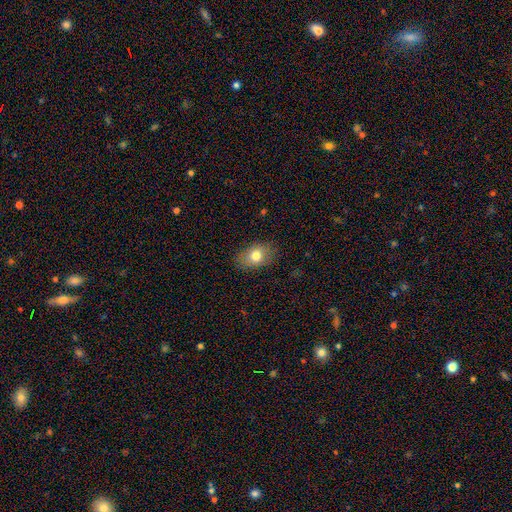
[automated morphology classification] A smooth galaxy with no disk features (77%) that is in between round and cigar-shaped (82%). Merging: none (84%).